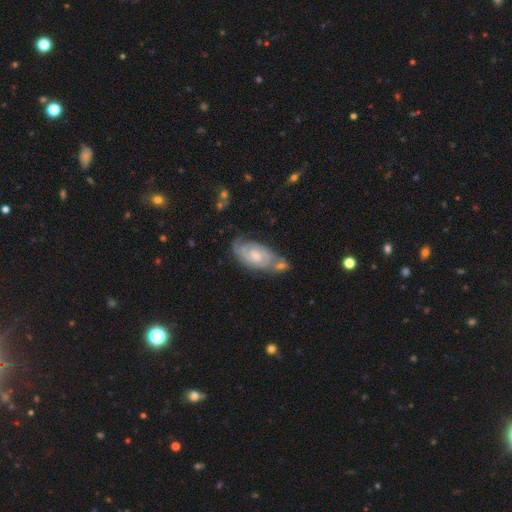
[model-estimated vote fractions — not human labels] Q: Smooth or featured?
A: featured or disk (83%); runner-up: smooth (11%)
Q: Edge-on disk?
A: no (96%); runner-up: yes (4%)
Q: Bar?
A: no (51%); runner-up: weak (41%)
Q: Spiral arms?
A: yes (96%); runner-up: no (4%)
Q: Spiral winding?
A: tight (59%); runner-up: medium (33%)
Q: Spiral arm count?
A: 2 (67%); runner-up: can't tell (15%)
Q: Bulge size?
A: small (54%); runner-up: moderate (40%)
Q: Merging?
A: none (54%); runner-up: minor disturbance (20%)